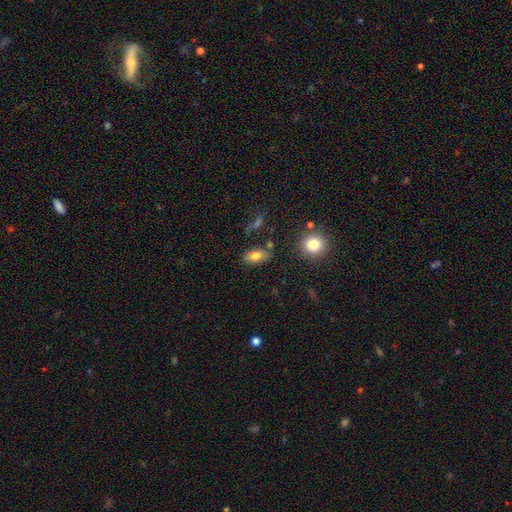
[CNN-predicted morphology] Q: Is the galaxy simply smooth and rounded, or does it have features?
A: smooth — 78%.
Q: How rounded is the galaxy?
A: in between — 88%.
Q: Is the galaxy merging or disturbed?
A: none — 75%.